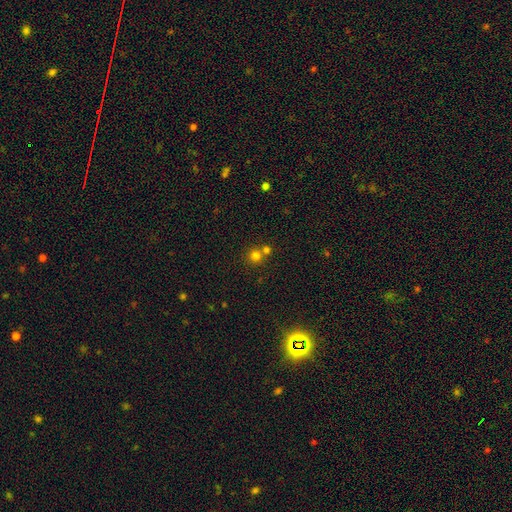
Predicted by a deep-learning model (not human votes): Smooth or featured? Predicted: smooth (p=0.75). How rounded? Predicted: round (p=0.92). Merging? Predicted: none (p=0.59).